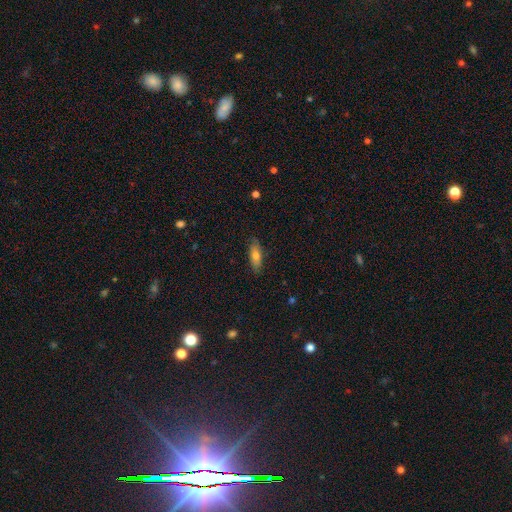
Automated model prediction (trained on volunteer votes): smooth-or-featured: smooth: 67% | featured or disk: 26% | star or artifact: 7%
  how-rounded: in between: 63% | cigar-shaped: 34% | round: 3%
  merging: none: 83% | minor disturbance: 14% | major disturbance: 2% | merger: 1%